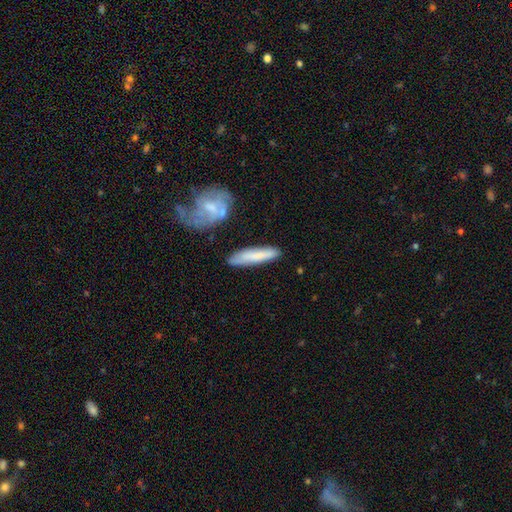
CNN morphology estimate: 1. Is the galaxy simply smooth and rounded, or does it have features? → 71% smooth, 23% featured or disk, 6% star or artifact.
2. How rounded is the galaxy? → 83% cigar-shaped, 15% in between, 2% round.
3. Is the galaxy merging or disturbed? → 77% none, 15% minor disturbance, 5% merger, 4% major disturbance.